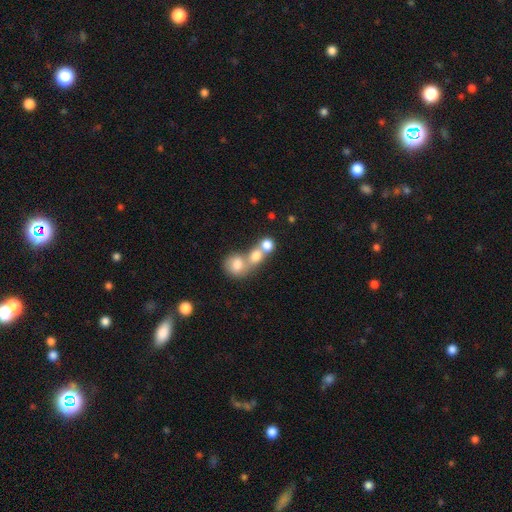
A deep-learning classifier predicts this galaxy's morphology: Smooth or featured? Predicted: smooth (p=0.74). How rounded? Predicted: round (p=0.75). Merging? Predicted: merger (p=0.63).